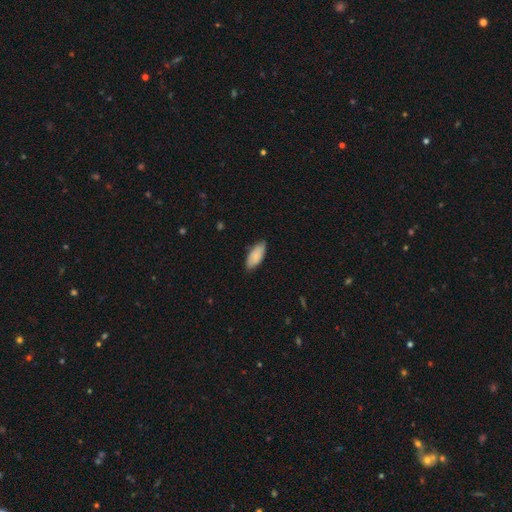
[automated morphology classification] This appears to be a smooth galaxy with no disk features (80%) that is in between round and cigar-shaped (87%). Merging: none (80%).